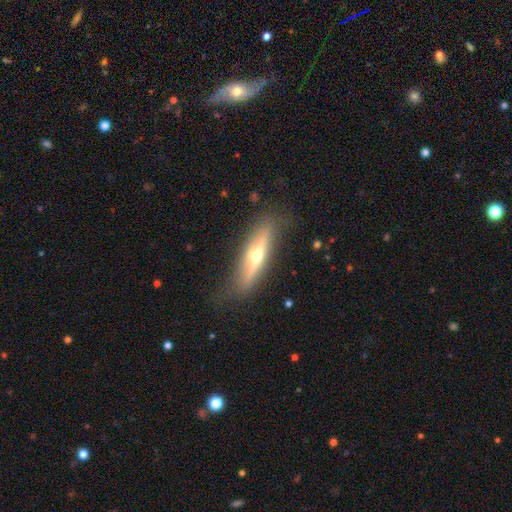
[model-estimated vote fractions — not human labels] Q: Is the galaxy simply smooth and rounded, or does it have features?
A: featured or disk — 66%.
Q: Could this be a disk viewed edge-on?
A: yes — 90%.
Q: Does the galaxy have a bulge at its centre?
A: rounded — 92%.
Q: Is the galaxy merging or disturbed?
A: none — 82%.